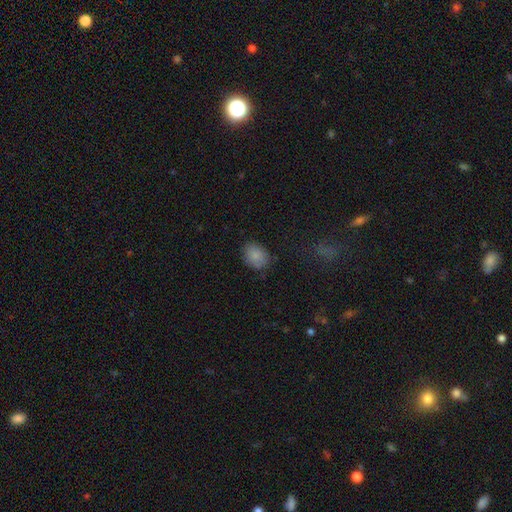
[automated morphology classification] smooth-or-featured: smooth: 85% | star or artifact: 9% | featured or disk: 6%
  how-rounded: in between: 56% | round: 43% | cigar-shaped: 1%
  merging: none: 80% | minor disturbance: 15% | major disturbance: 4% | merger: 1%